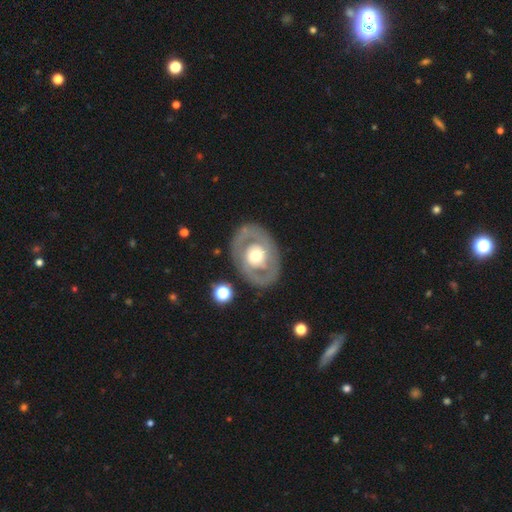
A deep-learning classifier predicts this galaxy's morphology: Smooth or featured? featured or disk (68%)
Edge-on disk? no (94%)
Bar? no (79%)
Spiral arms? no (68%)
Bulge size? moderate (63%)
Merging? none (80%)